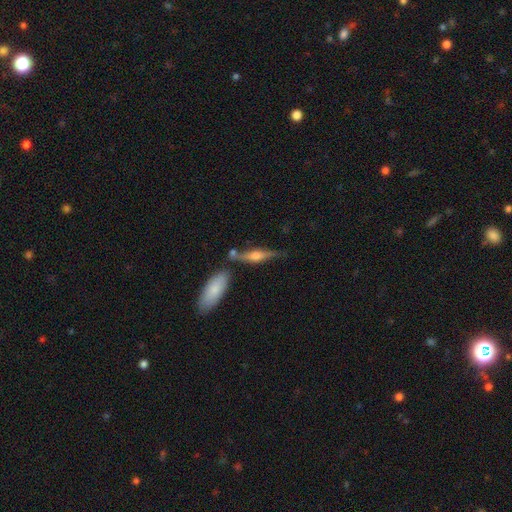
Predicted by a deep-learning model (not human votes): Morphology: type=featured or disk (66%); edge-on=yes (95%); edge-on bulge=rounded (90%); merging=none (68%).